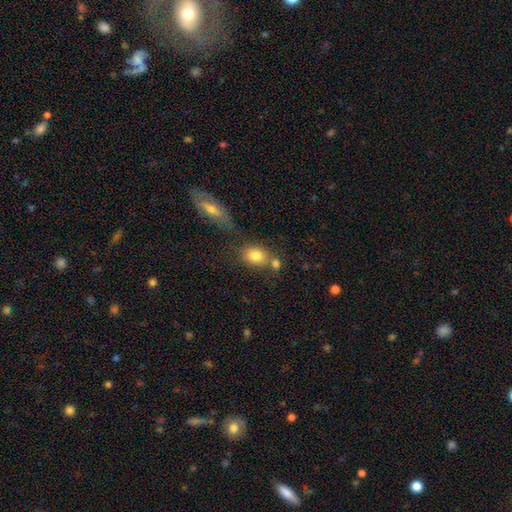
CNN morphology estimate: Smooth or featured? Predicted: smooth (p=0.82). How rounded? Predicted: in between (p=0.64). Merging? Predicted: none (p=0.55).